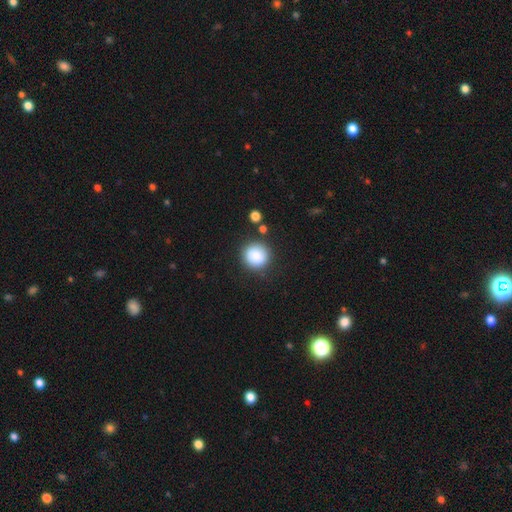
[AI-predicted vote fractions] Smooth or featured? smooth (86%)
How rounded? round (92%)
Merging? none (84%)